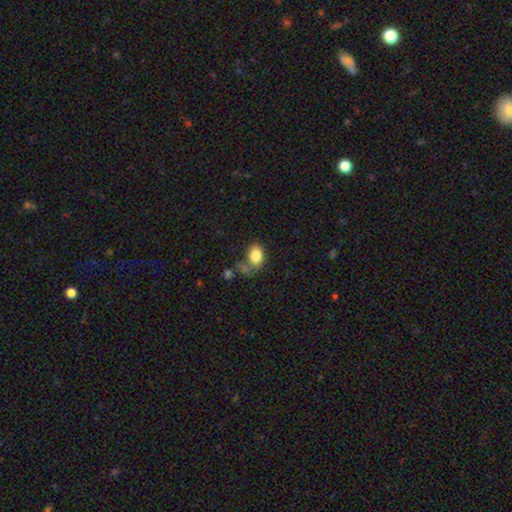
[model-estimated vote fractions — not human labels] Smooth or featured: smooth — 83% (featured or disk — 8%)
How rounded: in between — 80% (round — 19%)
Merging: none — 55% (minor disturbance — 21%)